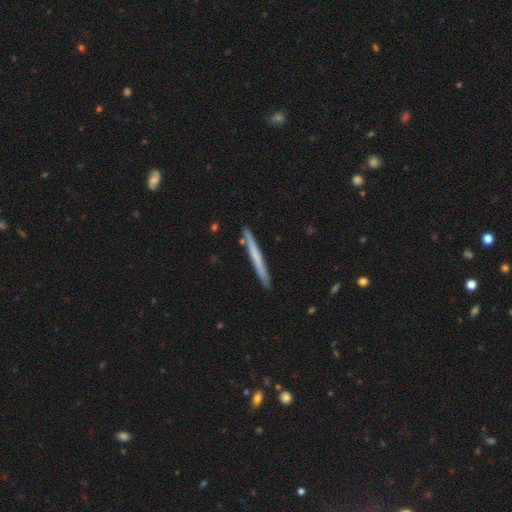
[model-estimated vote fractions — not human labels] Overall: smooth (53%; featured or disk 42%). How rounded: cigar-shaped (97%). Merging: none (90%).